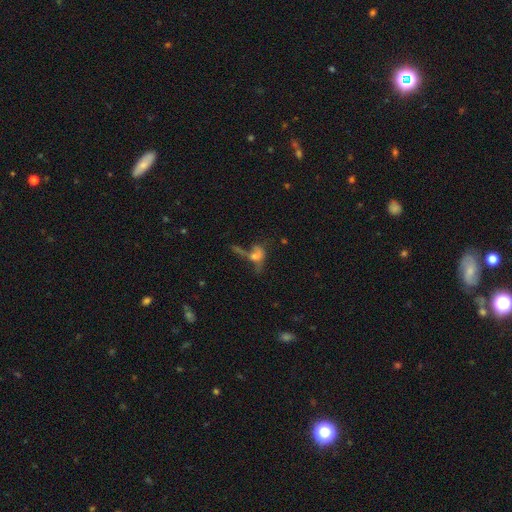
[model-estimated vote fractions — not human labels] This appears to be a smooth galaxy with no disk features (49%). Merging: merger (31%, tied with major disturbance).